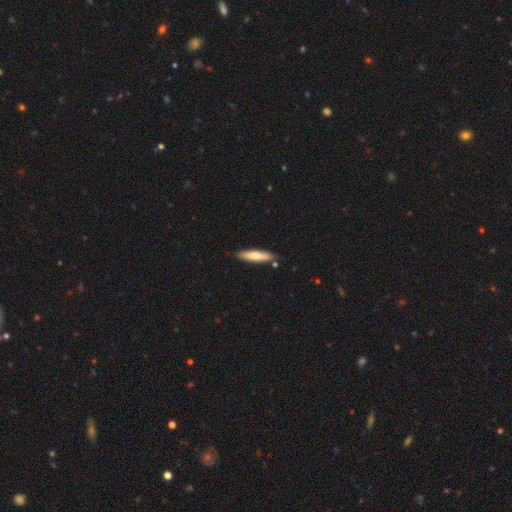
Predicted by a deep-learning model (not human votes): Smooth or featured? smooth (70%)
How rounded? cigar-shaped (78%)
Merging? none (85%)